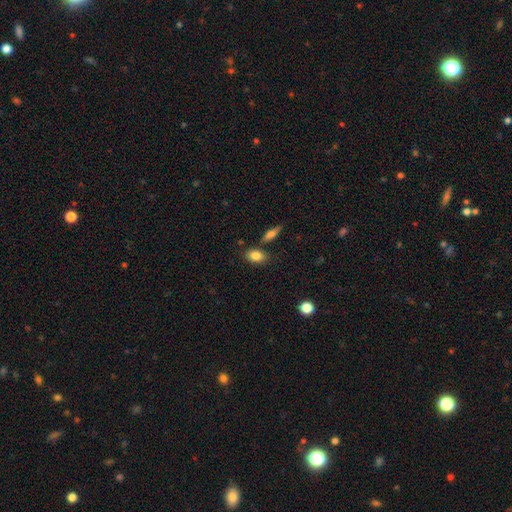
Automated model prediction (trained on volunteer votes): A smooth galaxy with no disk features (82%) that is in between round and cigar-shaped (83%).

Vote fractions:
- Smooth or featured? smooth: 82% / featured or disk: 10% / star or artifact: 8%
- How rounded? in between: 83% / round: 13% / cigar-shaped: 4%
- Merging? none: 74% / minor disturbance: 12% / merger: 10% / major disturbance: 3%